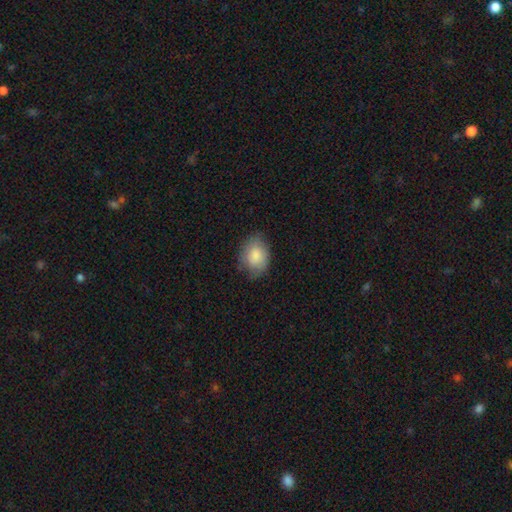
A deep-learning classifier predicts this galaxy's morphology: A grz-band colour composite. It shows a smooth galaxy with no disk features (81%) that is in between round and cigar-shaped (69%). Merging: none (69%).